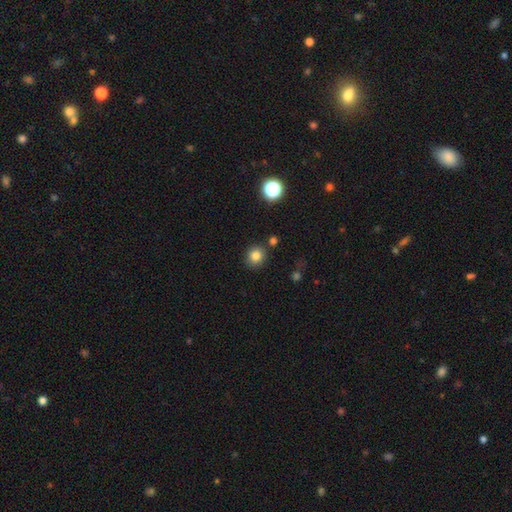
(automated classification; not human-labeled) Smooth or featured? Predicted: smooth (p=0.82). How rounded? Predicted: round (p=0.88). Merging? Predicted: none (p=0.85).